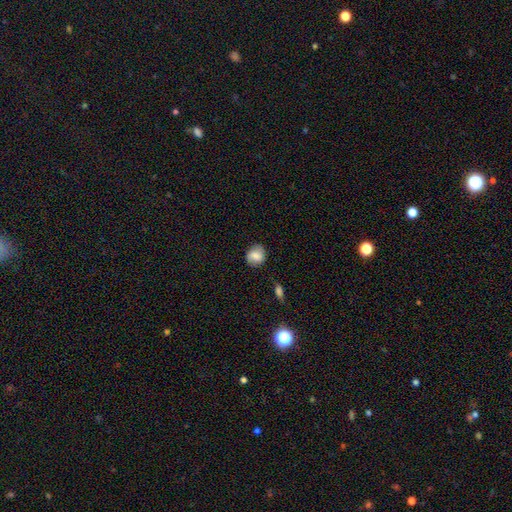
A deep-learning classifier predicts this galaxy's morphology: smooth 69%, featured or disk 22%, star or artifact 9%. Down the decision tree: how rounded — round (71%); merging — none (78%).